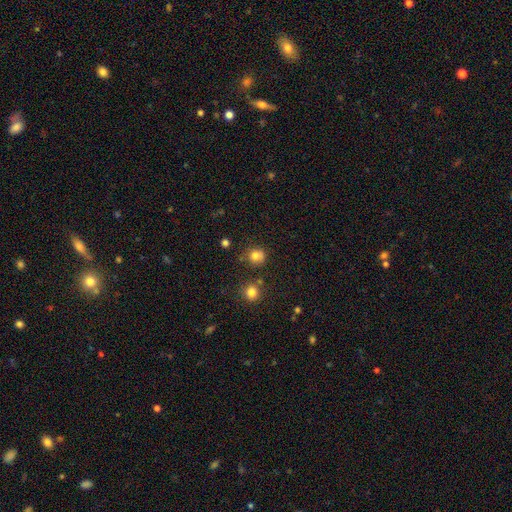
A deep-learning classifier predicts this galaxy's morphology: smooth 79%, star or artifact 14%, featured or disk 8%. Down the decision tree: how rounded — round (85%); merging — none (70%).